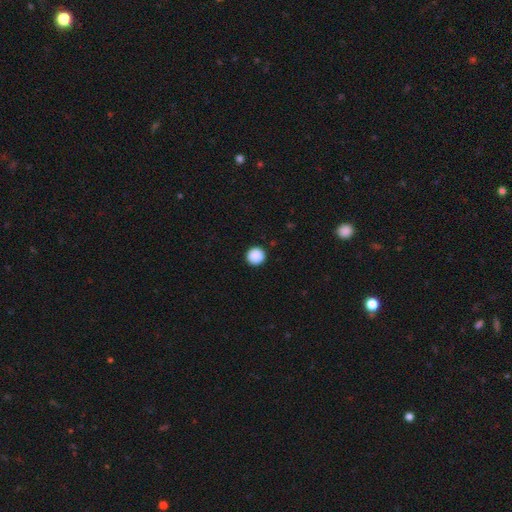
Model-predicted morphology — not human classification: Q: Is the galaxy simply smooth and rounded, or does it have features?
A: smooth — 89%.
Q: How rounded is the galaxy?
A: round — 95%.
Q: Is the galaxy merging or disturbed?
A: none — 93%.